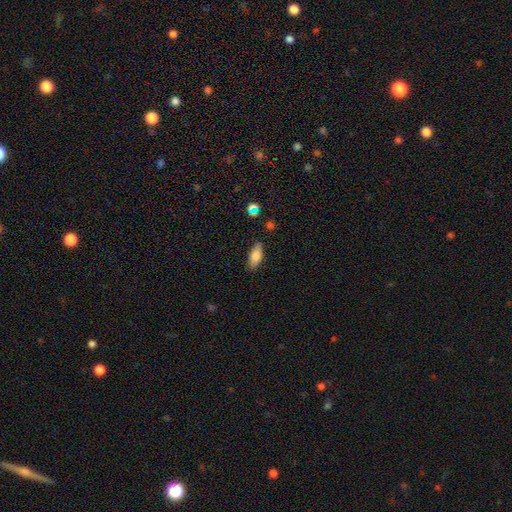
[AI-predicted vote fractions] A smooth galaxy with no disk features (79%) that is in between round and cigar-shaped (81%).

Vote fractions:
- Smooth or featured? smooth: 79% / featured or disk: 14% / star or artifact: 8%
- How rounded? in between: 81% / cigar-shaped: 17% / round: 3%
- Merging? none: 81% / minor disturbance: 14% / major disturbance: 3% / merger: 2%